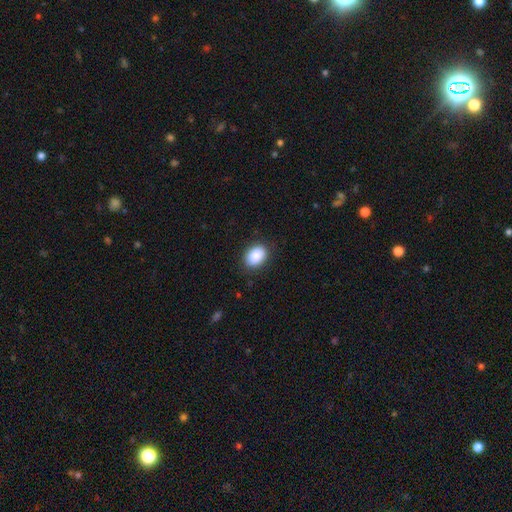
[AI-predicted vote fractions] Morphology: type=smooth (89%); roundness=in between (72%); merging=none (87%).